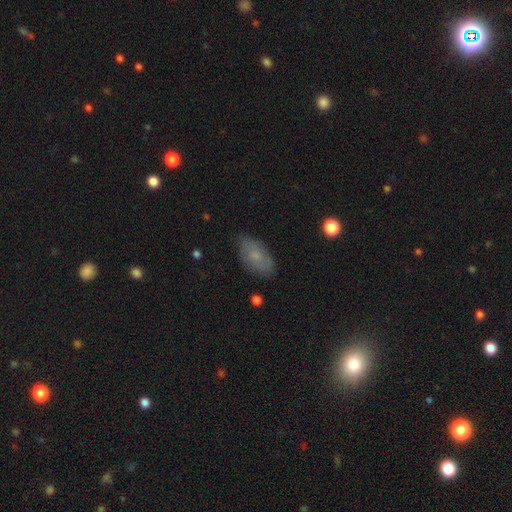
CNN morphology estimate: smooth 65%, featured or disk 26%, star or artifact 9%. Down the decision tree: how rounded — in between (92%); merging — none (78%).